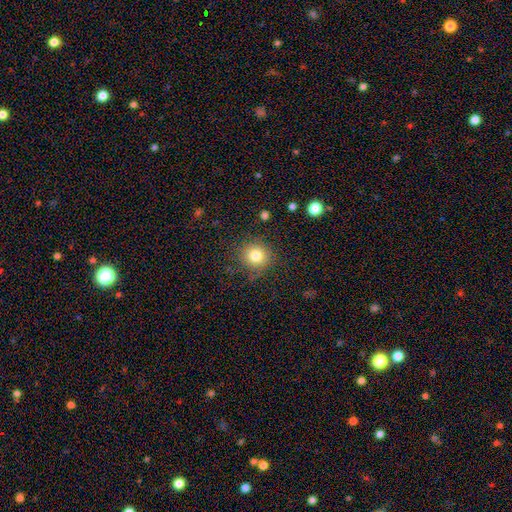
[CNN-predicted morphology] Smooth or featured?
  - smooth: 80% *
  - star or artifact: 13%
  - featured or disk: 8%
How rounded?
  - round: 92% *
  - in between: 7%
  - cigar-shaped: 1%
Merging?
  - none: 83% *
  - minor disturbance: 12%
  - major disturbance: 4%
  - merger: 2%